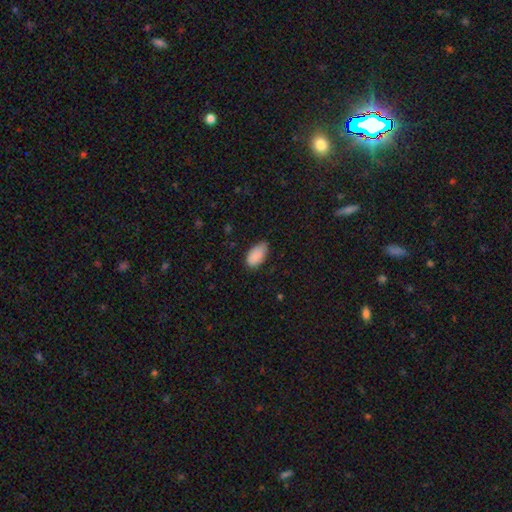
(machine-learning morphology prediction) A smooth galaxy with no disk features (88%) that is in between round and cigar-shaped (94%).

Vote fractions:
- Smooth or featured? smooth: 88% / star or artifact: 7% / featured or disk: 5%
- How rounded? in between: 94% / round: 4% / cigar-shaped: 2%
- Merging? none: 62% / minor disturbance: 32% / major disturbance: 5% / merger: 1%